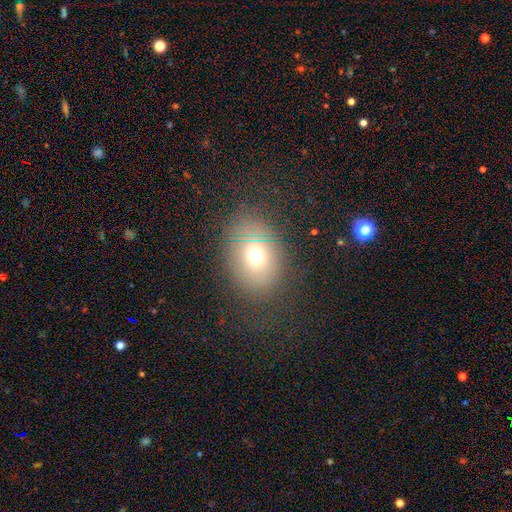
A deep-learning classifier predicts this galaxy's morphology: Smooth or featured: smooth — 66% (star or artifact — 18%)
How rounded: in between — 50% (round — 48%)
Merging: none — 72% (minor disturbance — 16%)